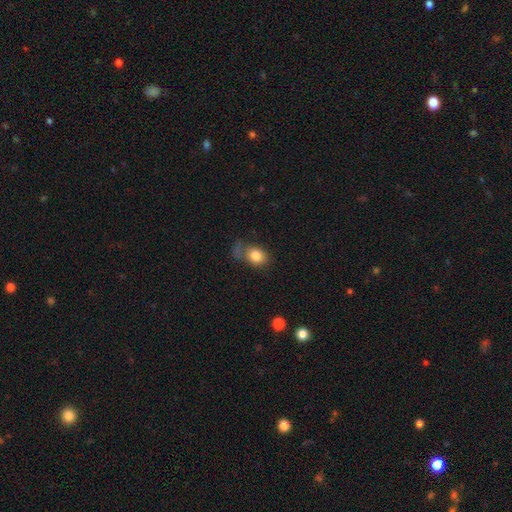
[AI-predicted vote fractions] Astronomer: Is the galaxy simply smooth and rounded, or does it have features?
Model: smooth — 81%.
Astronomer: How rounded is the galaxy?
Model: in between — 60% (runner-up: round, 39%).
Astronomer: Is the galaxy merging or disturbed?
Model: none — 45% (runner-up: minor disturbance, 24%).